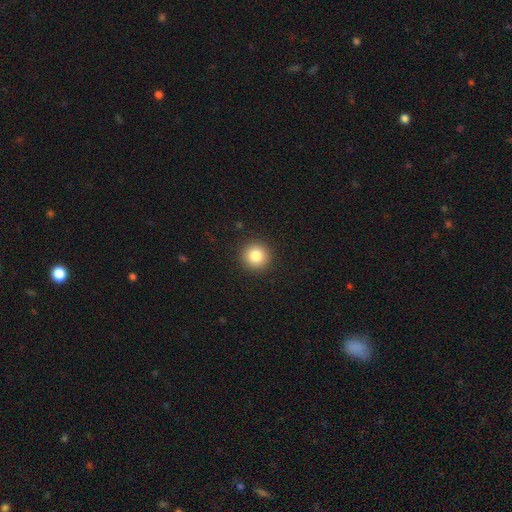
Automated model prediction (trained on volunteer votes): Smooth or featured? smooth (84%)
How rounded? round (94%)
Merging? none (92%)